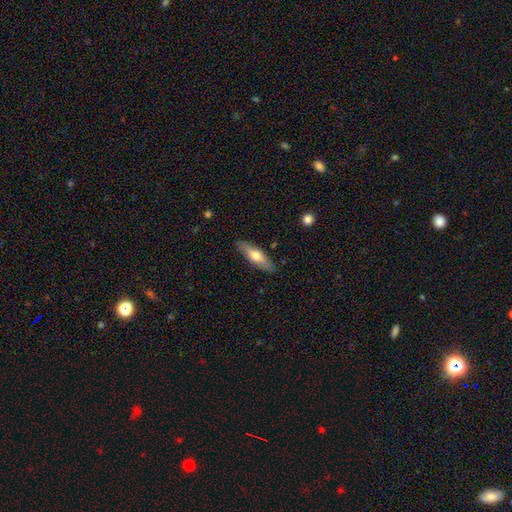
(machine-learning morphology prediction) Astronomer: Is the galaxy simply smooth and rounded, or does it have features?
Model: smooth — 53% (runner-up: featured or disk, 41%).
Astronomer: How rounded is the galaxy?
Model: cigar-shaped — 57% (runner-up: in between, 40%).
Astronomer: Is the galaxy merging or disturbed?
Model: none — 87%.